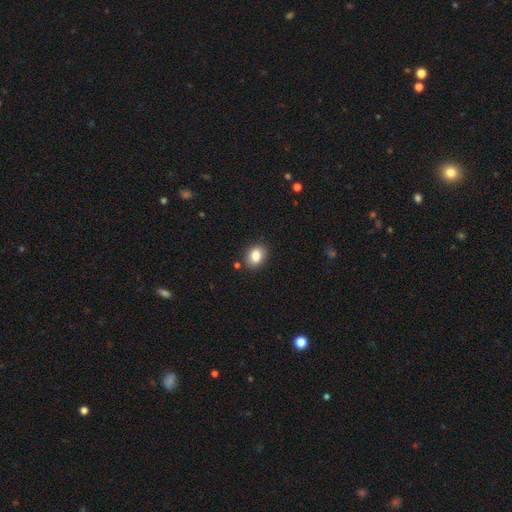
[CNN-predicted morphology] The model was most divided on "how rounded": in between: 59%, round: 40%, cigar-shaped: 1%. More confident: merging — none (85%); smooth or featured — smooth (84%).